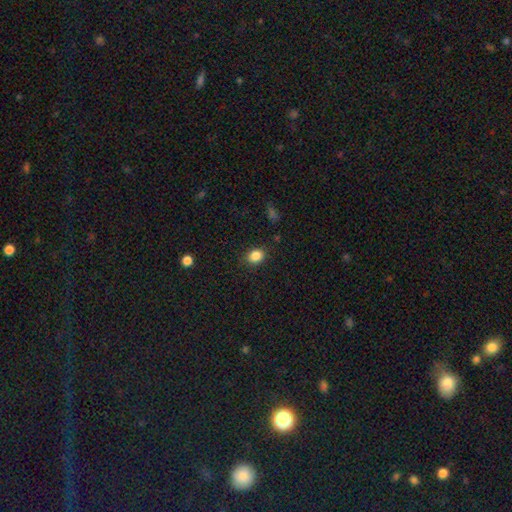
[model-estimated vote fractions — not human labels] Overall: smooth (86%). How rounded: in between (52%; round 46%). Merging: none (86%).